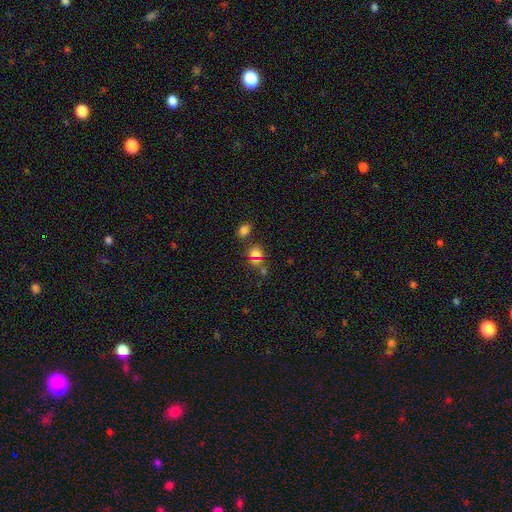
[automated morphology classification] The model was most divided on "smooth or featured": smooth: 54%, star or artifact: 36%, featured or disk: 10%. More confident: how rounded — round (68%); merging — none (66%).